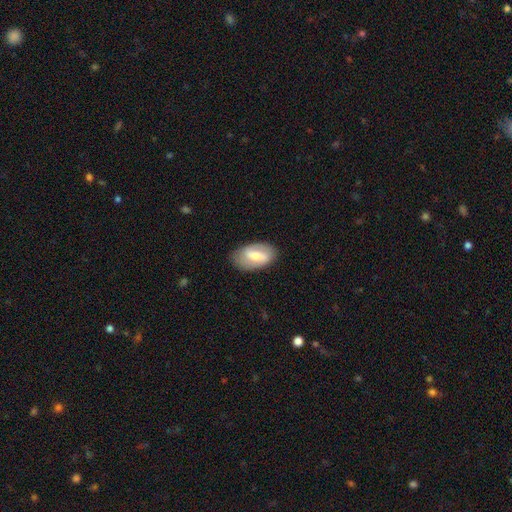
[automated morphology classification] smooth 49%, featured or disk 44%, star or artifact 6%. Down the decision tree: merging — none (81%).